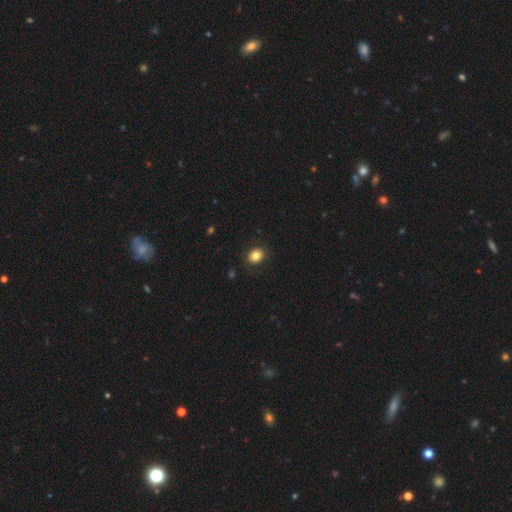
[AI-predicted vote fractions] Smooth or featured? Predicted: smooth (p=0.83). How rounded? Predicted: round (p=0.57). Merging? Predicted: none (p=0.88).